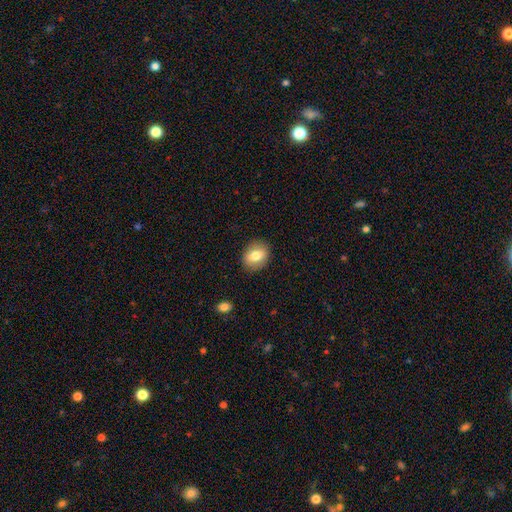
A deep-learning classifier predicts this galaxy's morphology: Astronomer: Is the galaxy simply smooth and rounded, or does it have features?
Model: smooth — 73%.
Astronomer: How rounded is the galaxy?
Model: in between — 55% (runner-up: round, 44%).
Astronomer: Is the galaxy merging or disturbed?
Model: none — 88%.